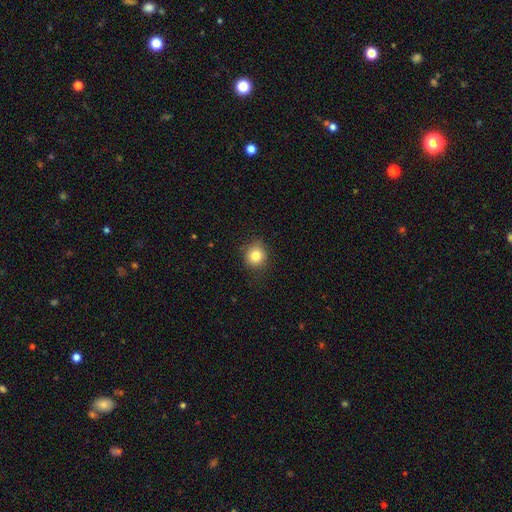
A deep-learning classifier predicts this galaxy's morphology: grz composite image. It shows a smooth galaxy with no disk features (82%) that is round (86%). Merging: none (84%).